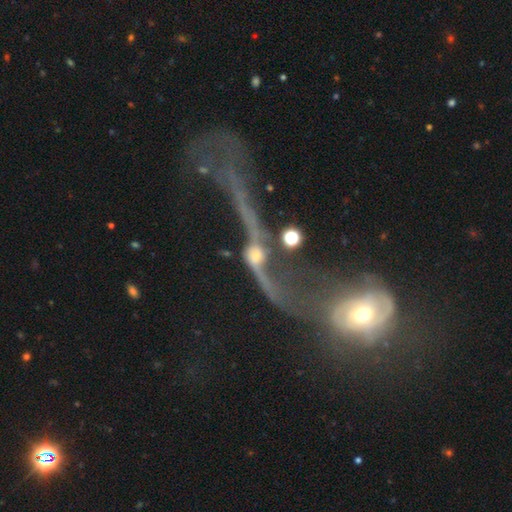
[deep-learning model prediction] Overall: featured or disk (74%). Edge-on disk: no (67%; yes 33%). Merging: merger (32%; major disturbance 31%).